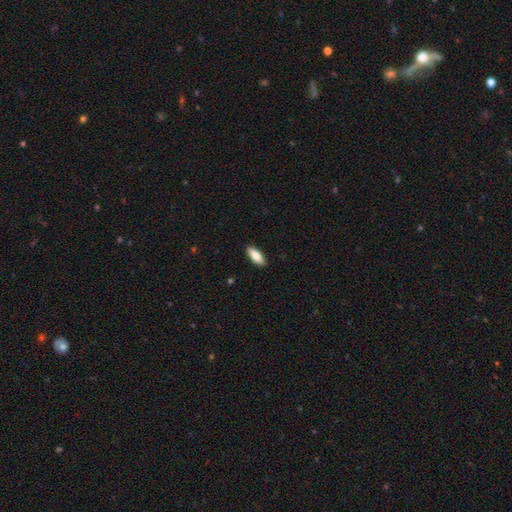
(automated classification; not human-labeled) Q: Smooth or featured?
A: smooth (79%); runner-up: featured or disk (15%)
Q: How rounded?
A: in between (73%); runner-up: cigar-shaped (25%)
Q: Merging?
A: none (90%); runner-up: minor disturbance (7%)